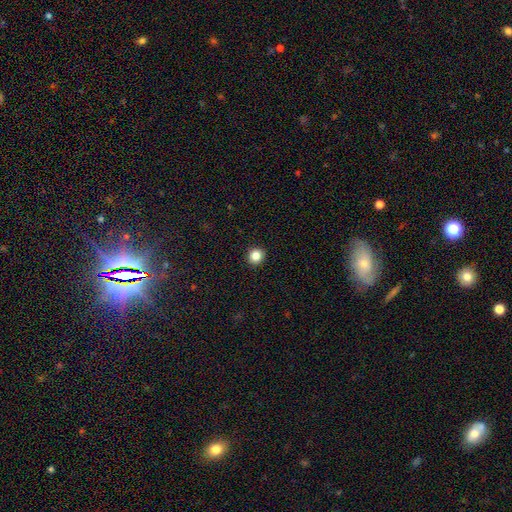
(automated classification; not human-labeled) smooth-or-featured: smooth: 84% | star or artifact: 11% | featured or disk: 5%
  how-rounded: round: 91% | in between: 8% | cigar-shaped: 1%
  merging: none: 93% | minor disturbance: 5% | major disturbance: 1% | merger: 1%